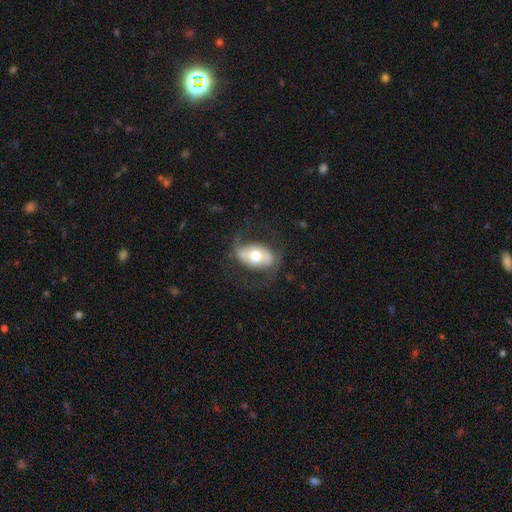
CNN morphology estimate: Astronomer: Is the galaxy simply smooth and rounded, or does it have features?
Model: featured or disk — 61%.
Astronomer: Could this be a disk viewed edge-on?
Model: no — 91%.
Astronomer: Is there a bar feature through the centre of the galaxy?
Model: strong — 36% (runner-up: no, 35%).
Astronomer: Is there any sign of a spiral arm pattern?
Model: yes — 64%.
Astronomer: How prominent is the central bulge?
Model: moderate — 70%.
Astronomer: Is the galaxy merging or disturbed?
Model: none — 68%.